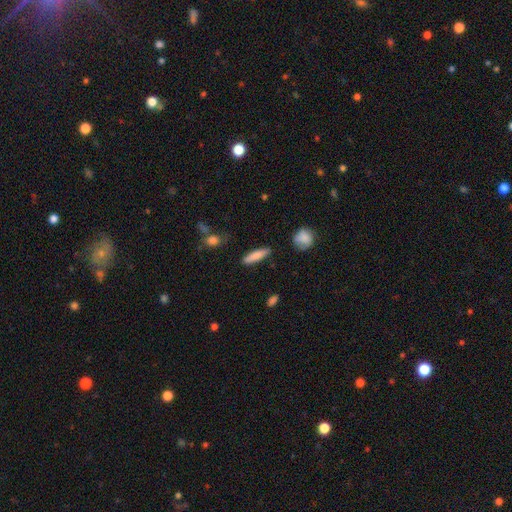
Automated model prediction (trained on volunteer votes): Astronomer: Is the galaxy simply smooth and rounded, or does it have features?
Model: smooth — 80%.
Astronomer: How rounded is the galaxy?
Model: cigar-shaped — 77%.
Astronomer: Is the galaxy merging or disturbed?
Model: none — 86%.